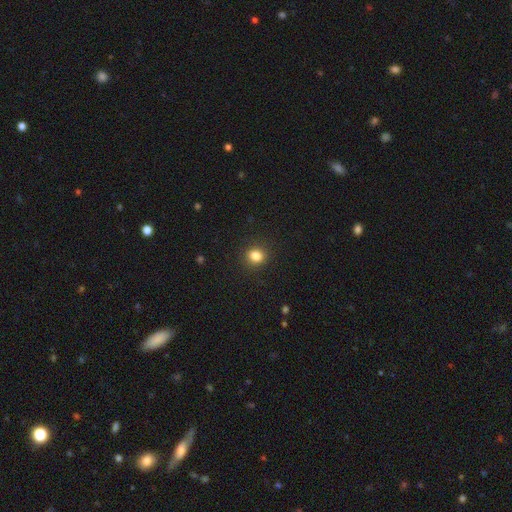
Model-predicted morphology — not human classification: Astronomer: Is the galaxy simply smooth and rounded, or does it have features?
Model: smooth — 83%.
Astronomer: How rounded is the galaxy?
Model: round — 78%.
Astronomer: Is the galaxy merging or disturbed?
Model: none — 90%.